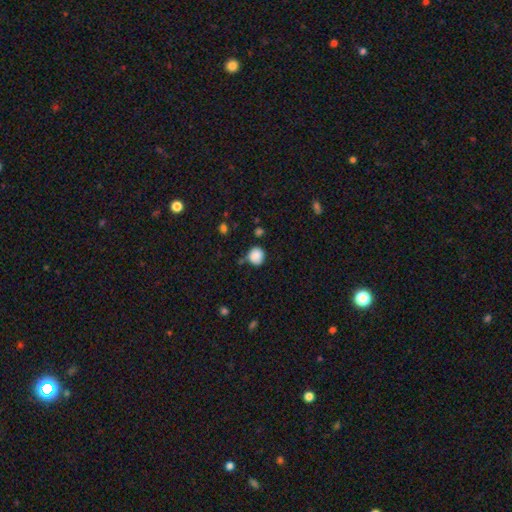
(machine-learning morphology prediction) Q: Smooth or featured?
A: smooth (87%); runner-up: star or artifact (9%)
Q: How rounded?
A: round (81%); runner-up: in between (18%)
Q: Merging?
A: none (72%); runner-up: minor disturbance (18%)